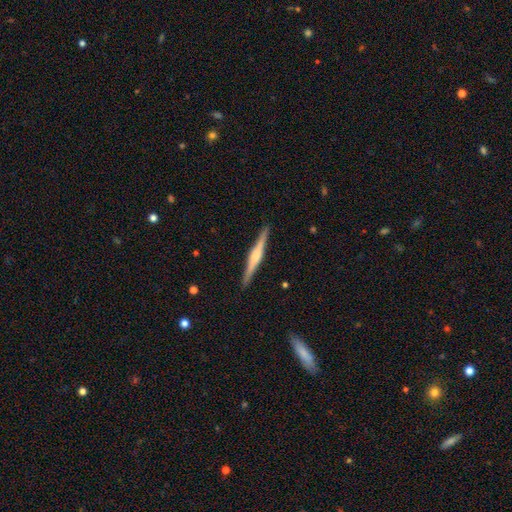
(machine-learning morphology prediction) Q: Smooth or featured?
A: featured or disk (76%); runner-up: smooth (19%)
Q: Edge-on disk?
A: yes (98%); runner-up: no (2%)
Q: Edge-on bulge?
A: rounded (69%); runner-up: boxy (23%)
Q: Merging?
A: none (91%); runner-up: minor disturbance (6%)